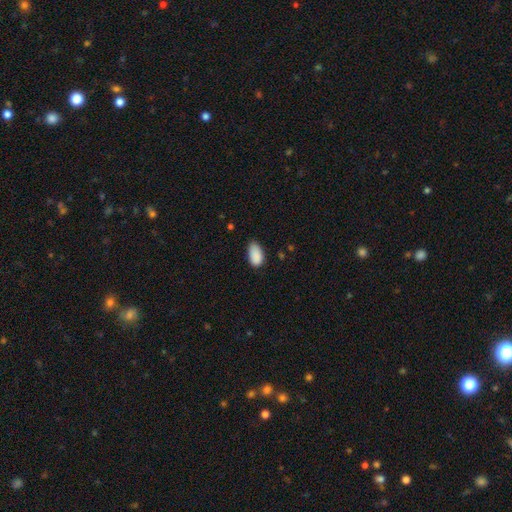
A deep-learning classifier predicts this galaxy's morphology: smooth 89%, star or artifact 7%, featured or disk 4%. Down the decision tree: how rounded — in between (94%); merging — none (66%).